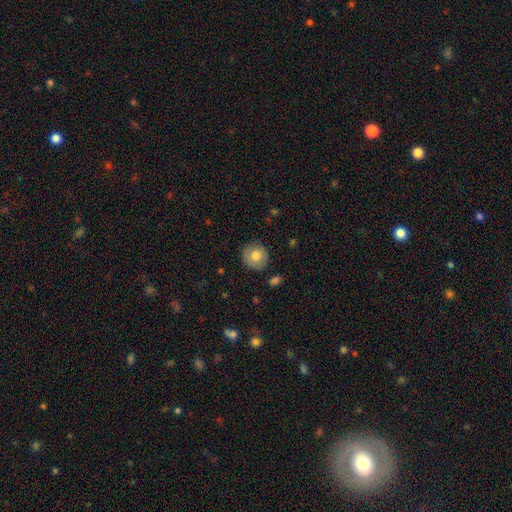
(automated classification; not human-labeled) Smooth or featured?
  - smooth: 78% *
  - featured or disk: 14%
  - star or artifact: 8%
How rounded?
  - round: 91% *
  - in between: 8%
  - cigar-shaped: 1%
Merging?
  - none: 86% *
  - minor disturbance: 10%
  - major disturbance: 2%
  - merger: 2%